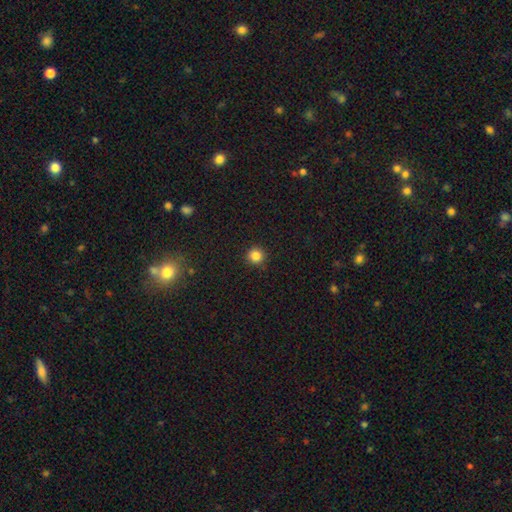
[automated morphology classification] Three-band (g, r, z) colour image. It shows a smooth galaxy with no disk features (84%) that is round (95%). Merging: none (92%).